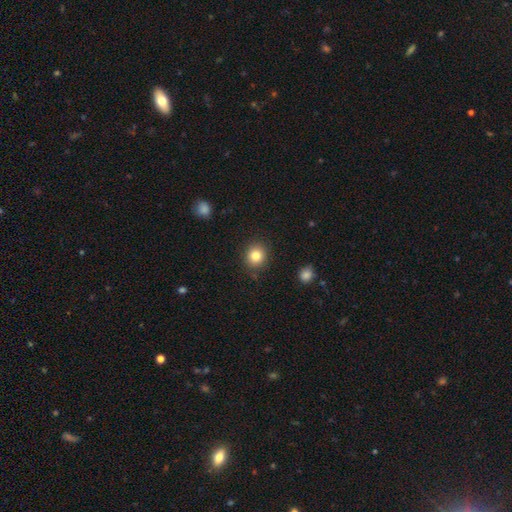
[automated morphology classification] A smooth galaxy with no disk features (83%) that is round (81%).

Vote fractions:
- Smooth or featured? smooth: 83% / star or artifact: 11% / featured or disk: 7%
- How rounded? round: 81% / in between: 18% / cigar-shaped: 1%
- Merging? none: 88% / minor disturbance: 8% / major disturbance: 2% / merger: 1%